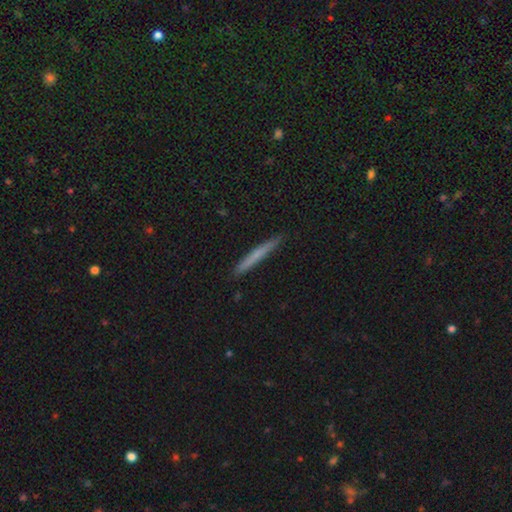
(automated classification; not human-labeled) Smooth or featured? Predicted: smooth (p=0.63). How rounded? Predicted: cigar-shaped (p=0.97). Merging? Predicted: none (p=0.91).